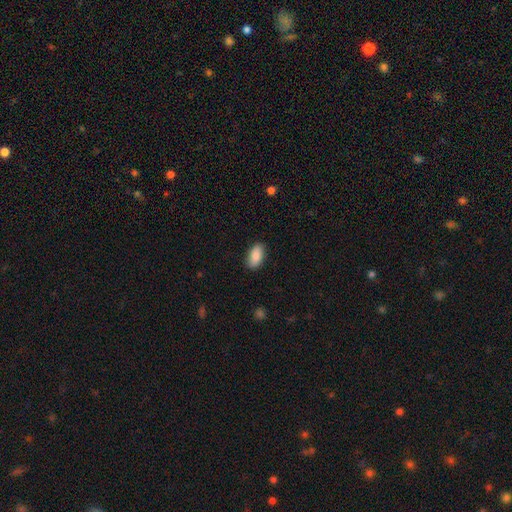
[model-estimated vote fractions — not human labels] A smooth galaxy with no disk features (86%) that is in between round and cigar-shaped (92%).

Vote fractions:
- Smooth or featured? smooth: 86% / featured or disk: 7% / star or artifact: 6%
- How rounded? in between: 92% / cigar-shaped: 5% / round: 3%
- Merging? none: 86% / minor disturbance: 10% / major disturbance: 2% / merger: 1%